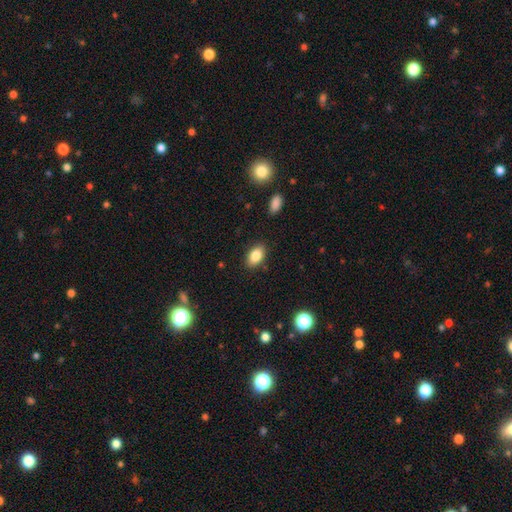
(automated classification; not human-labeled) The model was most divided on "smooth or featured": smooth: 85%, star or artifact: 8%, featured or disk: 7%. More confident: how rounded — in between (90%); merging — none (87%).